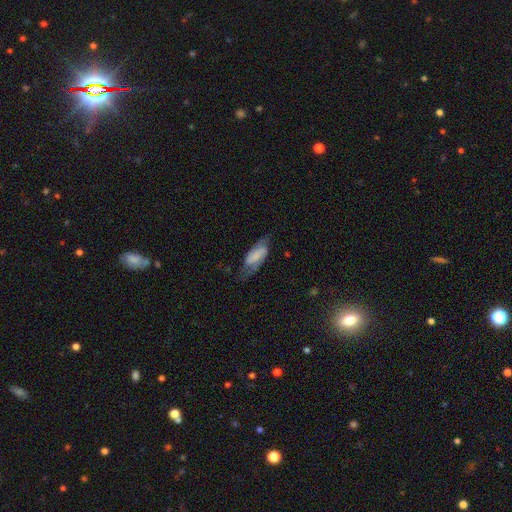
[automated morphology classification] Smooth or featured?
  - featured or disk: 57% *
  - smooth: 35%
  - star or artifact: 7%
Edge-on disk?
  - no: 91% *
  - yes: 9%
Bar?
  - strong: 37% *
  - weak: 36%
  - no: 27%
Spiral arms?
  - yes: 86% *
  - no: 14%
Bulge size?
  - none: 37% *
  - small: 35%
  - moderate: 18%
  - large: 8%
  - dominant: 3%
Merging?
  - none: 61% *
  - minor disturbance: 23%
  - major disturbance: 14%
  - merger: 2%